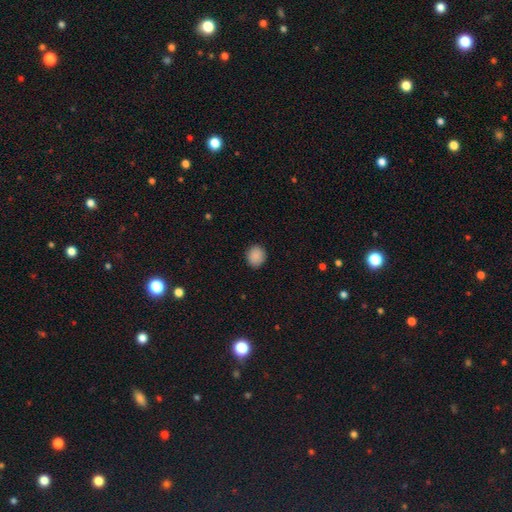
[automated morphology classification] Smooth or featured: smooth — 89% (star or artifact — 8%)
How rounded: round — 82% (in between — 17%)
Merging: none — 89% (minor disturbance — 8%)